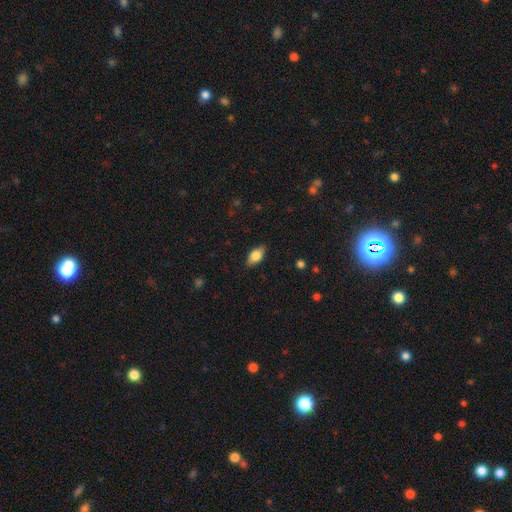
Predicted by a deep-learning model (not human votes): Overall: smooth (72%). How rounded: in between (87%). Merging: none (85%).